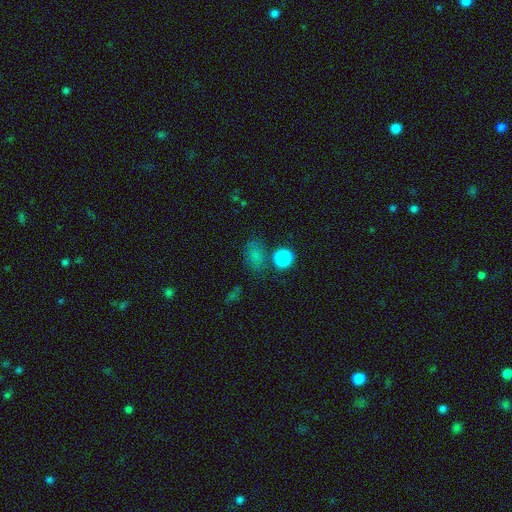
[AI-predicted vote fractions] Smooth or featured?
  - smooth: 71% *
  - star or artifact: 22%
  - featured or disk: 8%
How rounded?
  - in between: 63% *
  - round: 35%
  - cigar-shaped: 2%
Merging?
  - none: 64% *
  - minor disturbance: 17%
  - merger: 11%
  - major disturbance: 8%